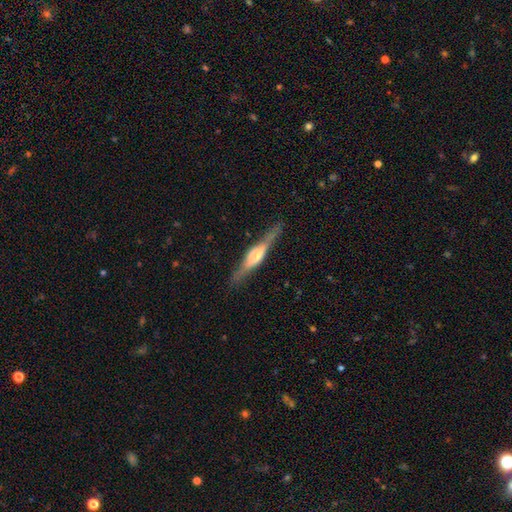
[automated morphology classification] smooth_or_featured: featured or disk (p=0.73) [alt: smooth p=0.21]
disk_edge_on: yes (p=0.96) [alt: no p=0.04]
edge_on_bulge: rounded (p=0.62) [alt: boxy p=0.33]
merging: none (p=0.84) [alt: minor disturbance p=0.11]